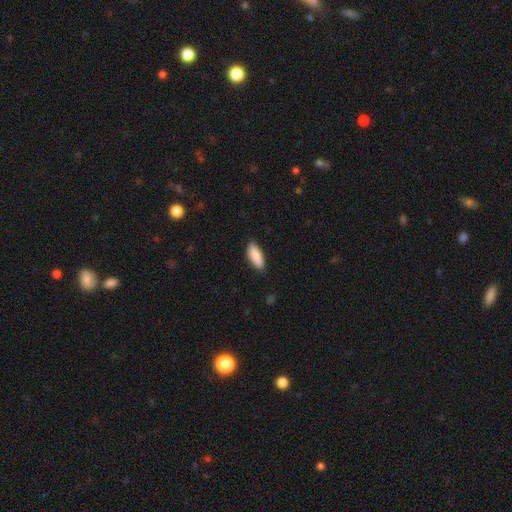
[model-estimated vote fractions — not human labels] A smooth galaxy with no disk features (88%) that is in between round and cigar-shaped (72%). Merging: none (86%).